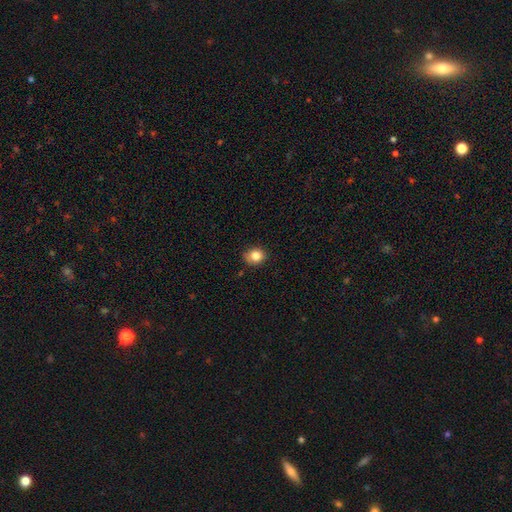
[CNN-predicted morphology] smooth 82%, star or artifact 10%, featured or disk 7%. Down the decision tree: how rounded — round (68%); merging — none (80%).